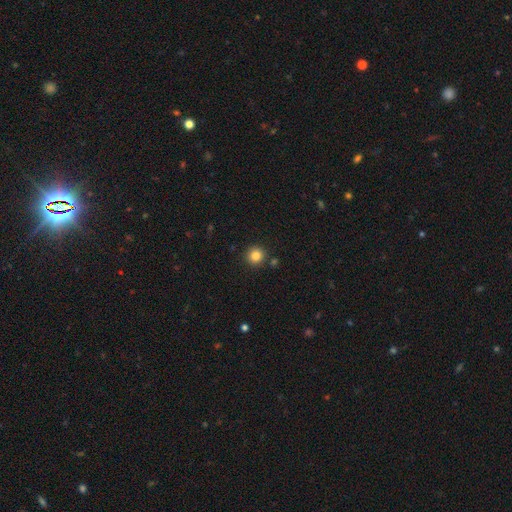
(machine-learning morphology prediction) Q: Smooth or featured?
A: smooth (84%); runner-up: star or artifact (12%)
Q: How rounded?
A: round (95%); runner-up: in between (5%)
Q: Merging?
A: none (88%); runner-up: minor disturbance (6%)